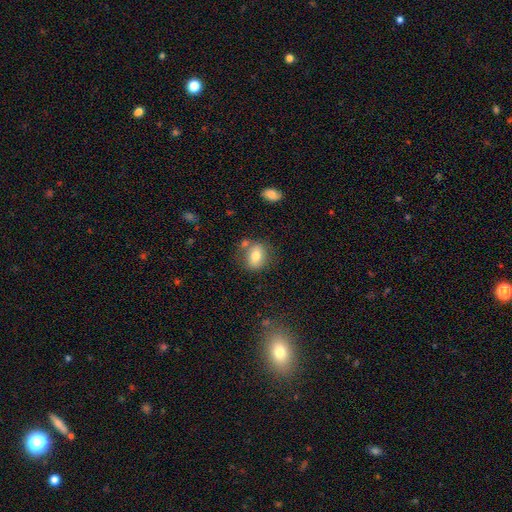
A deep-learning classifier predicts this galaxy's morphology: Overall: smooth (74%). How rounded: in between (57%; round 41%). Merging: none (69%).